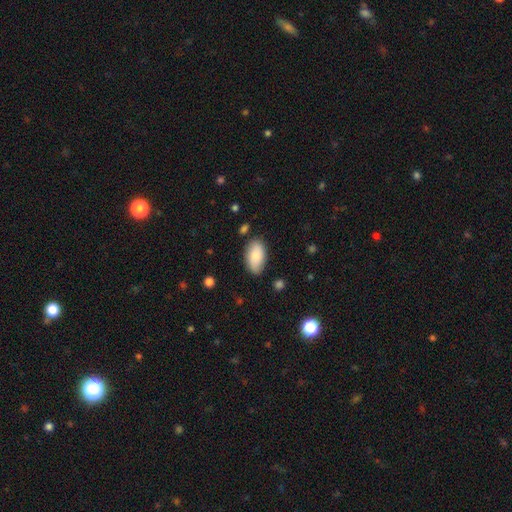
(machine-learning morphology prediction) Smooth or featured? Predicted: smooth (p=0.84). How rounded? Predicted: in between (p=0.94). Merging? Predicted: none (p=0.79).